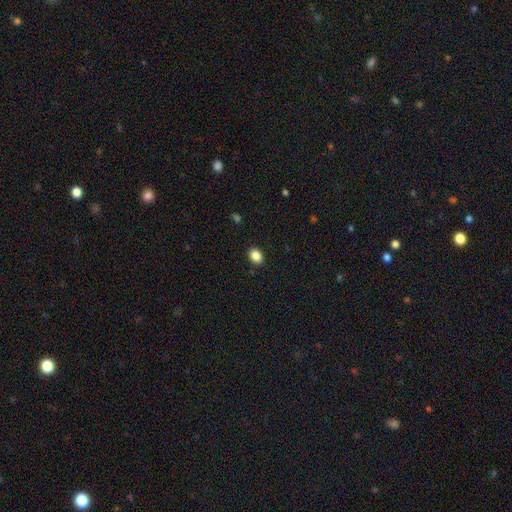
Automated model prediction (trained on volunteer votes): Q: Smooth or featured?
A: smooth (87%); runner-up: star or artifact (10%)
Q: How rounded?
A: in between (55%); runner-up: round (44%)
Q: Merging?
A: none (90%); runner-up: minor disturbance (7%)